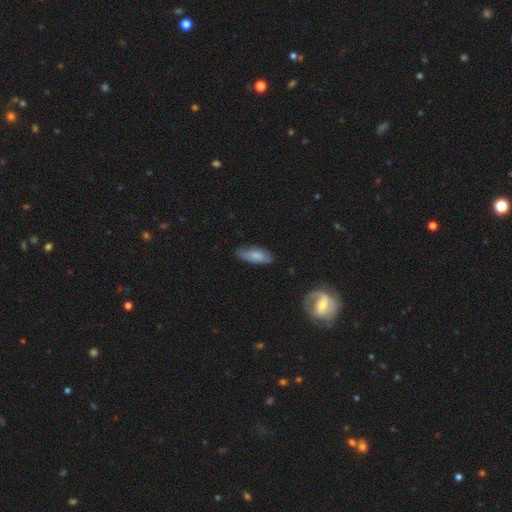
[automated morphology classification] Smooth or featured?
  - smooth: 72% *
  - featured or disk: 22%
  - star or artifact: 6%
How rounded?
  - in between: 73% *
  - cigar-shaped: 25%
  - round: 2%
Merging?
  - none: 72% *
  - minor disturbance: 22%
  - major disturbance: 4%
  - merger: 2%